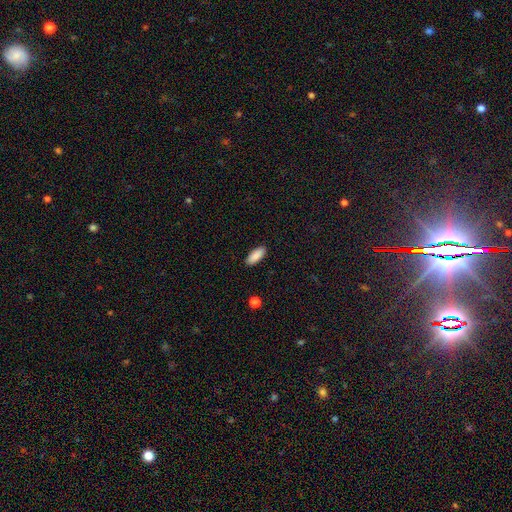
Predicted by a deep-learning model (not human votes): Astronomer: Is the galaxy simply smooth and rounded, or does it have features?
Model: smooth — 89%.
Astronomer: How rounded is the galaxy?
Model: in between — 80%.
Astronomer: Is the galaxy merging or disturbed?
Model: none — 90%.